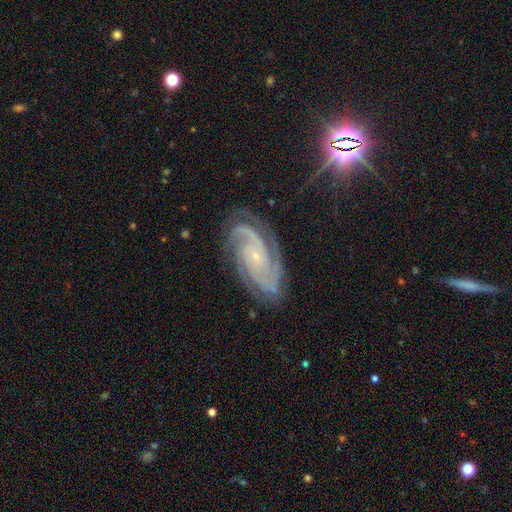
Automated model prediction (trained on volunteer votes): Morphology: type=featured or disk (90%); edge-on=no (97%); bar=no (70%); spiral arms=yes (99%); winding=tight (61%); arm count=2 (36%); bulge=small (84%); merging=none (79%).